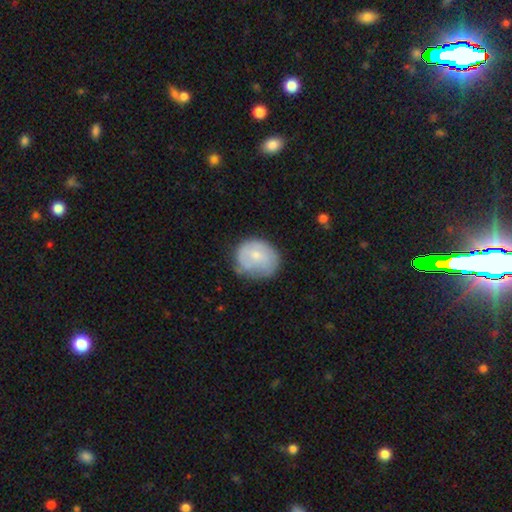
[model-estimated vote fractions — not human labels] The model was most divided on "smooth or featured": smooth: 57%, featured or disk: 37%, star or artifact: 7%. More confident: how rounded — round (70%); merging — none (58%).